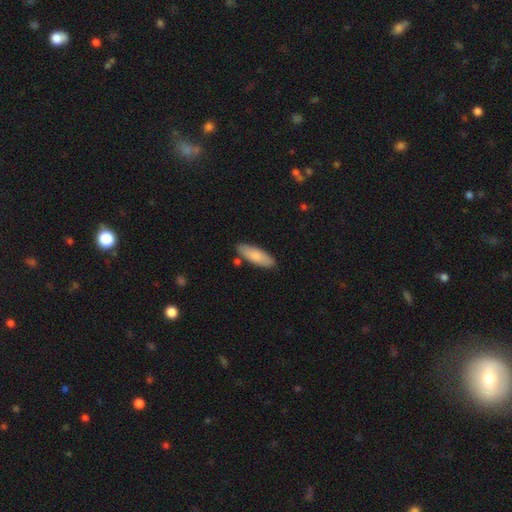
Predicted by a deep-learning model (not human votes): Morphology: type=smooth (82%); roundness=in between (60%); merging=none (82%).